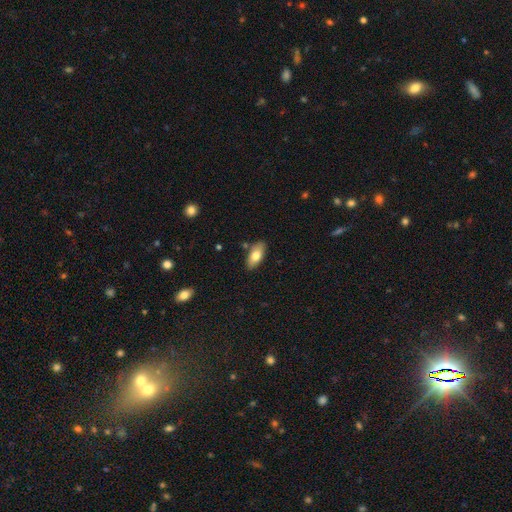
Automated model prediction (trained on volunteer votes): smooth_or_featured: smooth (p=0.76) [alt: featured or disk p=0.18]
how_rounded: in between (p=0.89) [alt: cigar-shaped p=0.09]
merging: none (p=0.83) [alt: minor disturbance p=0.11]